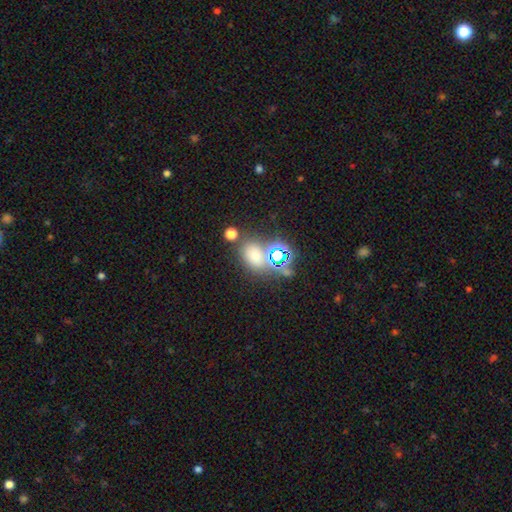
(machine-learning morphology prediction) Smooth or featured? smooth (58%)
How rounded? in between (64%)
Merging? none (63%)